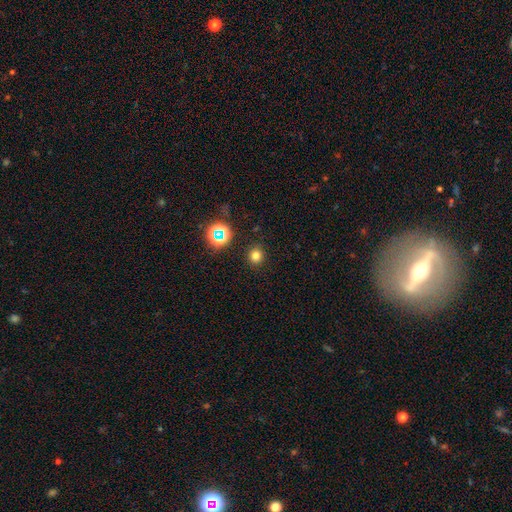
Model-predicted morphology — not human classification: type=smooth (75%); roundness=round (88%); merging=none (90%).